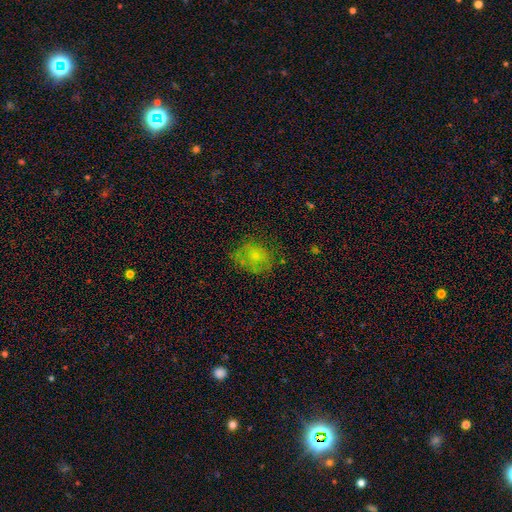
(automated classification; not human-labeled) smooth-or-featured: smooth: 65% | featured or disk: 24% | star or artifact: 11%
  how-rounded: round: 51% | in between: 48% | cigar-shaped: 1%
  merging: none: 55% | minor disturbance: 26% | major disturbance: 16% | merger: 2%